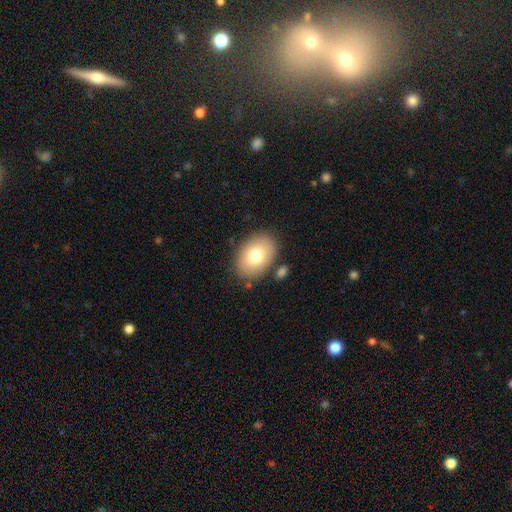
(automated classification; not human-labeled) Smooth or featured?
  - smooth: 75% *
  - featured or disk: 16%
  - star or artifact: 8%
How rounded?
  - in between: 82% *
  - round: 17%
  - cigar-shaped: 1%
Merging?
  - none: 82% *
  - minor disturbance: 11%
  - merger: 4%
  - major disturbance: 3%